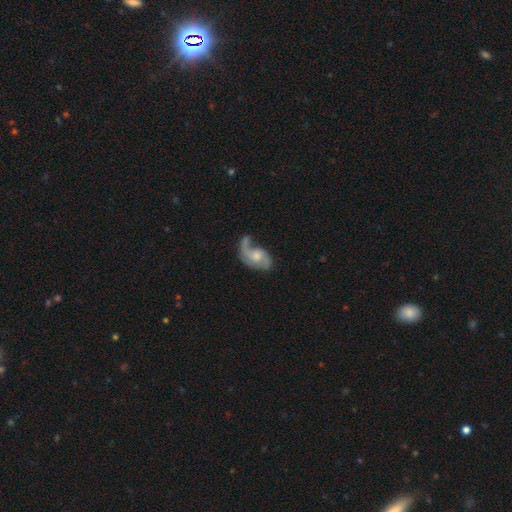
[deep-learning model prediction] Smooth or featured?
  - featured or disk: 78% *
  - smooth: 17%
  - star or artifact: 6%
Edge-on disk?
  - no: 97% *
  - yes: 3%
Bar?
  - no: 59% *
  - weak: 36%
  - strong: 5%
Spiral arms?
  - yes: 93% *
  - no: 7%
Spiral winding?
  - loose: 52% *
  - medium: 36%
  - tight: 11%
Spiral arm count?
  - 2: 63% *
  - 1: 29%
  - can't tell: 4%
  - 3: 1%
  - 4: 1%
  - more than 4: 1%
Bulge size?
  - moderate: 47% *
  - small: 32%
  - none: 11%
  - large: 8%
  - dominant: 2%
Merging?
  - none: 40% *
  - major disturbance: 28%
  - minor disturbance: 24%
  - merger: 8%